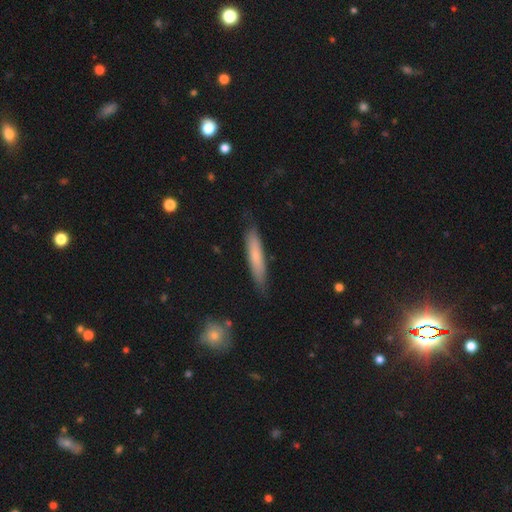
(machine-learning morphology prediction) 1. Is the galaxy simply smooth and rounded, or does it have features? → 70% smooth, 24% featured or disk, 6% star or artifact.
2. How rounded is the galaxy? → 89% cigar-shaped, 9% in between, 1% round.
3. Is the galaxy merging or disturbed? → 81% none, 15% minor disturbance, 3% major disturbance, 2% merger.